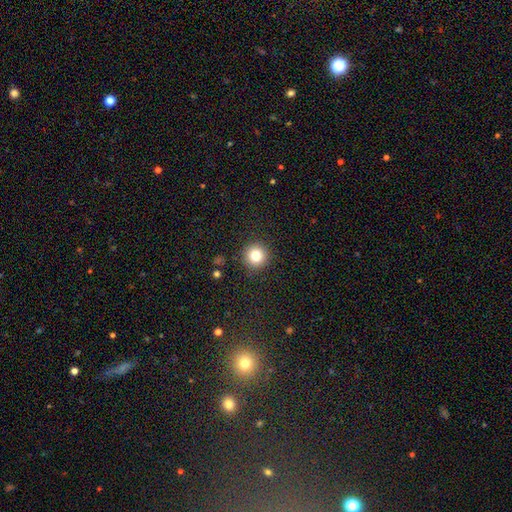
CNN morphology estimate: smooth 81%, star or artifact 12%, featured or disk 7%. Down the decision tree: how rounded — round (94%); merging — none (91%).